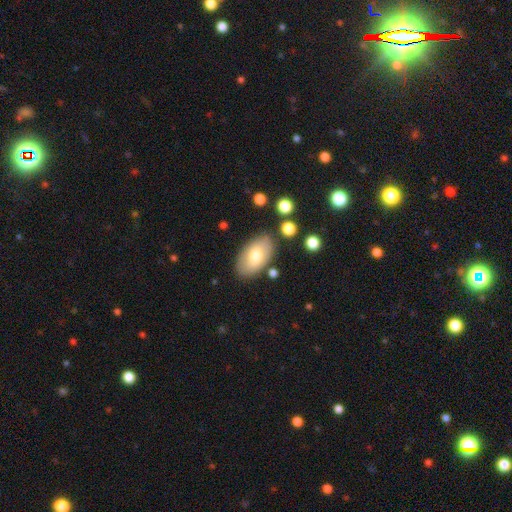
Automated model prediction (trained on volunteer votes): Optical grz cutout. It shows a smooth galaxy with no disk features (68%) that is in between round and cigar-shaped (94%). Merging: none (81%).